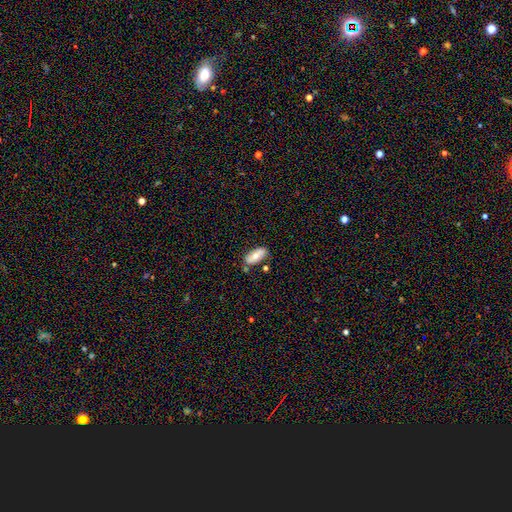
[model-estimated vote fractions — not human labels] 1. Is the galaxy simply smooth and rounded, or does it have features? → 64% smooth, 29% featured or disk, 7% star or artifact.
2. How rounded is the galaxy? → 89% in between, 8% cigar-shaped, 3% round.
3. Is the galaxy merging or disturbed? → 76% none, 16% minor disturbance, 5% merger, 3% major disturbance.